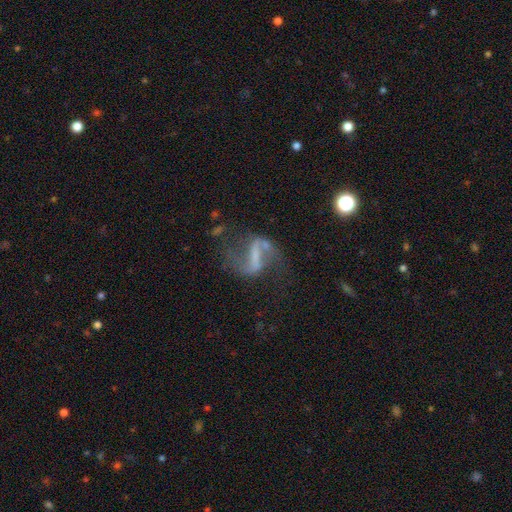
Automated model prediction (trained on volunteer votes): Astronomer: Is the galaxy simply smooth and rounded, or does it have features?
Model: featured or disk — 83%.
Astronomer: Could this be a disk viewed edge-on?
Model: no — 97%.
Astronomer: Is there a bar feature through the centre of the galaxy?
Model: strong — 60%.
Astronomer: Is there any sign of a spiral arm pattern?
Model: yes — 90%.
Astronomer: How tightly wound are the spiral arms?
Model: loose — 72%.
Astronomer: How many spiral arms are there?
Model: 2 — 90%.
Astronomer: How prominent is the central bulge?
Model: none — 54%.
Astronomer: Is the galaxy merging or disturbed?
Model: none — 58%.